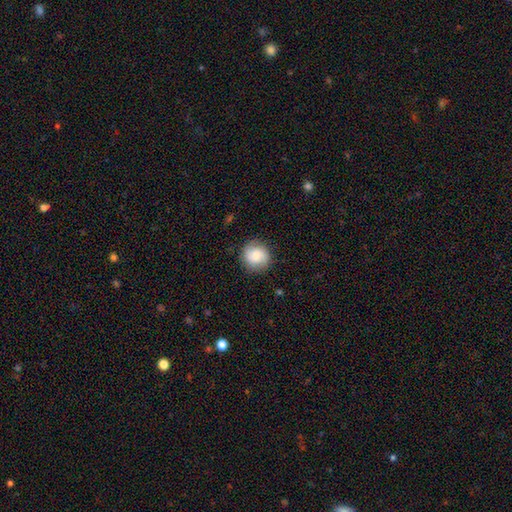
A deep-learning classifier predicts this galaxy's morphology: smooth-or-featured: smooth: 75% | featured or disk: 18% | star or artifact: 8%
  how-rounded: round: 91% | in between: 8% | cigar-shaped: 1%
  merging: none: 86% | minor disturbance: 10% | major disturbance: 3% | merger: 1%